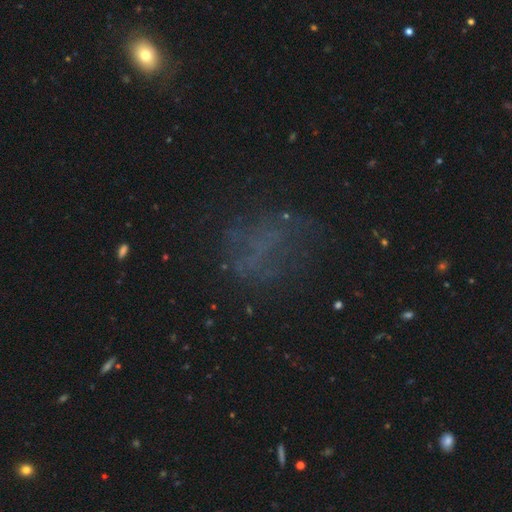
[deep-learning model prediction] Overall: star or artifact (35%, tied with featured or disk).